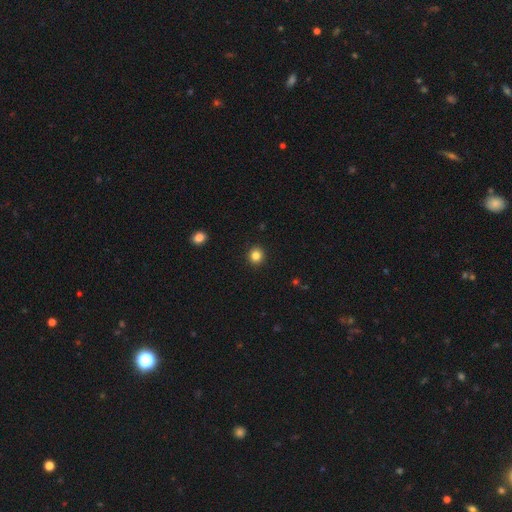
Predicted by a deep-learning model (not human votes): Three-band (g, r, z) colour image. It shows a smooth galaxy with no disk features (84%) that is round (88%). Merging: none (92%).